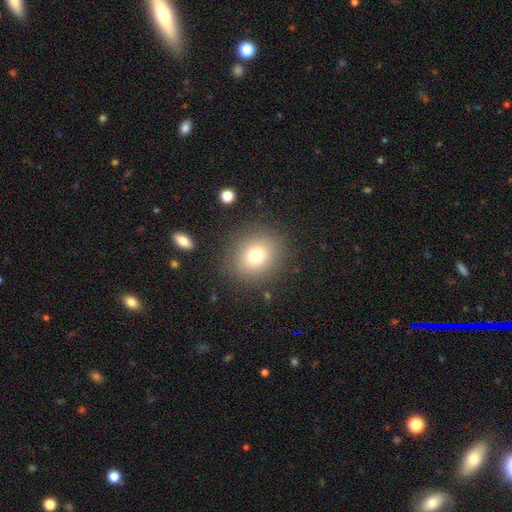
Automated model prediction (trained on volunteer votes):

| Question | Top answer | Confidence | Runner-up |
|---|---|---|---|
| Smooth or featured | smooth | 74% | star or artifact (15%) |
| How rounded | round | 81% | in between (18%) |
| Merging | none | 87% | minor disturbance (8%) |